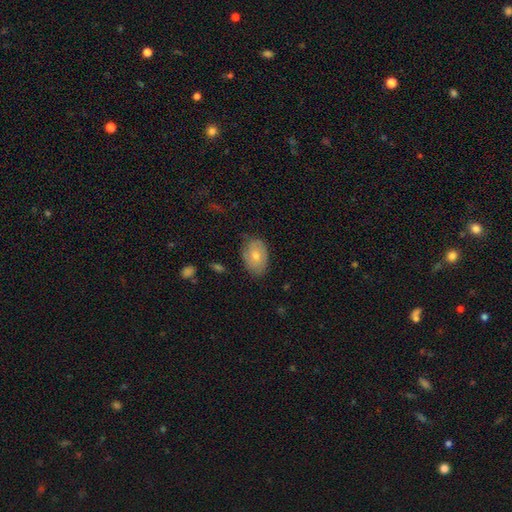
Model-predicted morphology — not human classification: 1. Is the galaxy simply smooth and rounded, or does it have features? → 67% smooth, 26% featured or disk, 7% star or artifact.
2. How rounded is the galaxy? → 84% in between, 15% round, 1% cigar-shaped.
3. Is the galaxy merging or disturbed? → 71% none, 23% minor disturbance, 4% major disturbance, 1% merger.